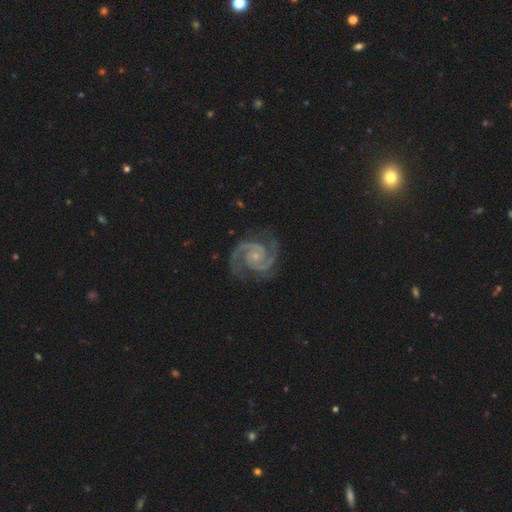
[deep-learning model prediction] Overall: featured or disk (94%). Edge-on disk: no (98%). Bar: no (70%). Spiral arms: yes (99%). Spiral arm count: 2 (90%). Spiral winding: tight (48%; medium 47%). Bulge size: small (76%). Merging: none (81%).